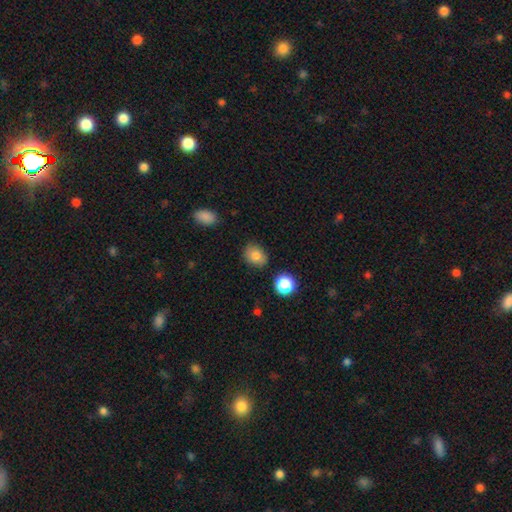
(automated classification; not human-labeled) Smooth or featured?
  - smooth: 80% *
  - star or artifact: 11%
  - featured or disk: 9%
How rounded?
  - in between: 55% *
  - round: 43%
  - cigar-shaped: 1%
Merging?
  - none: 81% *
  - minor disturbance: 13%
  - major disturbance: 3%
  - merger: 3%